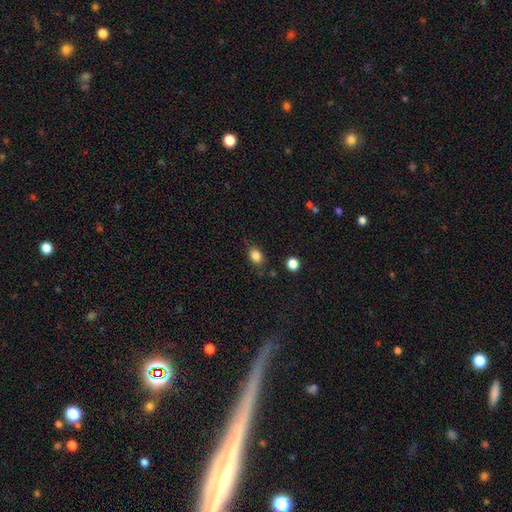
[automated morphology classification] Smooth or featured? smooth (85%)
How rounded? in between (66%)
Merging? none (76%)